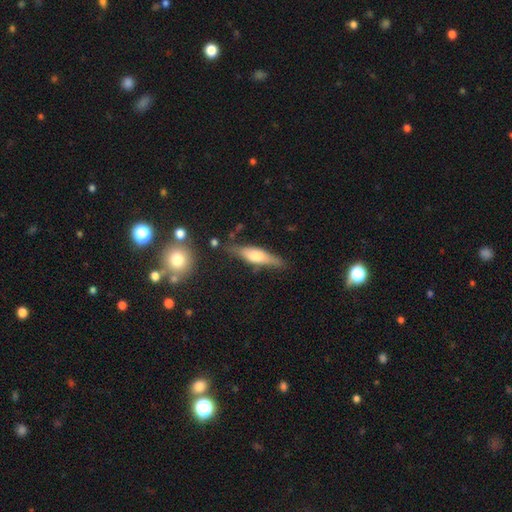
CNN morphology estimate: A featured or disk galaxy (55%) viewed edge-on (92%) with a rounded central bulge (80%).

Vote fractions:
- Smooth or featured? featured or disk: 55% / smooth: 38% / star or artifact: 7%
- Edge-on disk? yes: 92% / no: 8%
- Edge-on bulge? rounded: 80% / boxy: 16% / none: 5%
- Merging? none: 78% / minor disturbance: 15% / major disturbance: 4% / merger: 3%